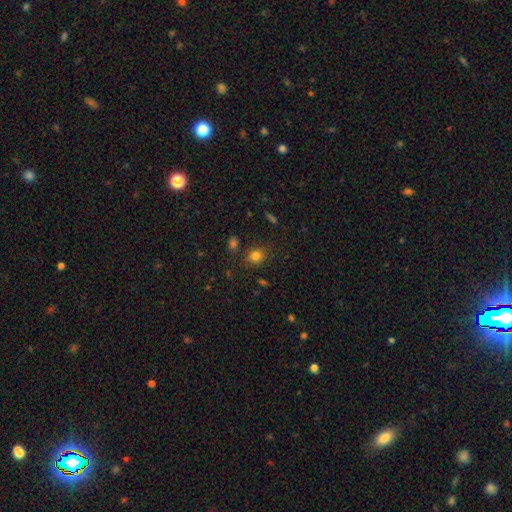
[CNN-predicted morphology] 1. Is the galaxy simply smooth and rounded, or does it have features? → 80% smooth, 14% star or artifact, 6% featured or disk.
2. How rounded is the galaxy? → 61% round, 38% in between, 1% cigar-shaped.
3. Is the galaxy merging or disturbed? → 79% none, 13% minor disturbance, 4% merger, 4% major disturbance.